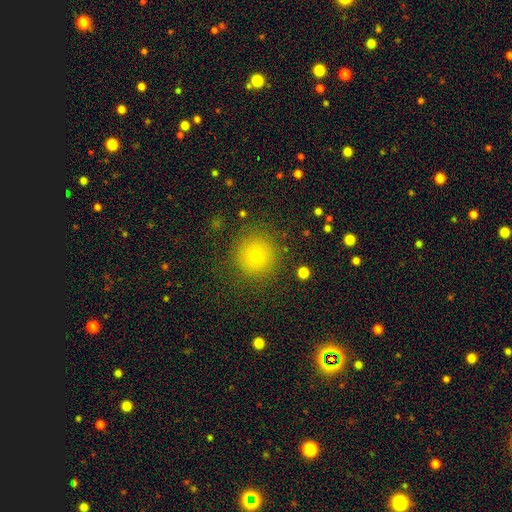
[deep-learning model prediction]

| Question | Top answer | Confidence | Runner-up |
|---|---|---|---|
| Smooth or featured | smooth | 72% | star or artifact (16%) |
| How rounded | round | 95% | in between (4%) |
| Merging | none | 87% | minor disturbance (8%) |